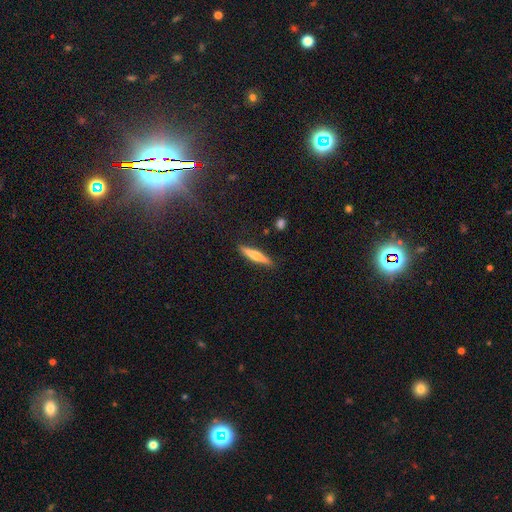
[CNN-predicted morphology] type=smooth (47%, tied with featured or disk); merging=none (89%).